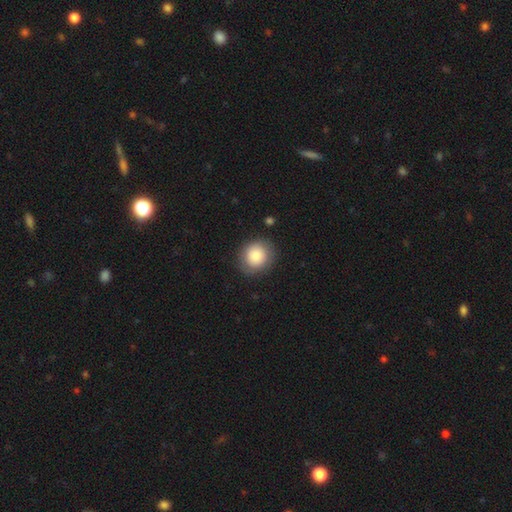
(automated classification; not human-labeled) This is clearly a smooth galaxy (83%). How rounded: clearly round (83%). Merging: clearly none (84%).